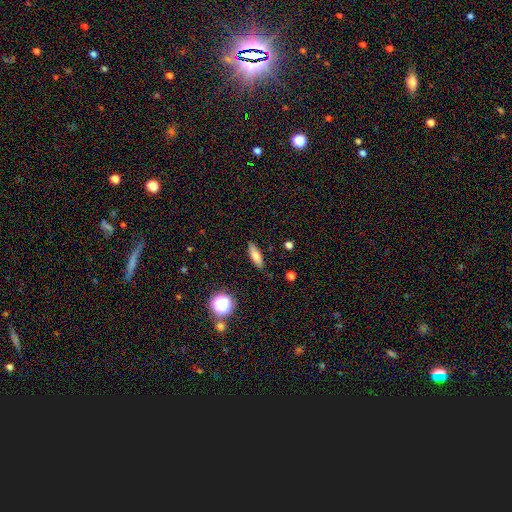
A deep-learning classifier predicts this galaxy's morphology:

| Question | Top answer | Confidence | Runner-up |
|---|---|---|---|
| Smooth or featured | smooth | 75% | featured or disk (15%) |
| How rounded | in between | 58% | cigar-shaped (38%) |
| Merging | none | 85% | minor disturbance (11%) |